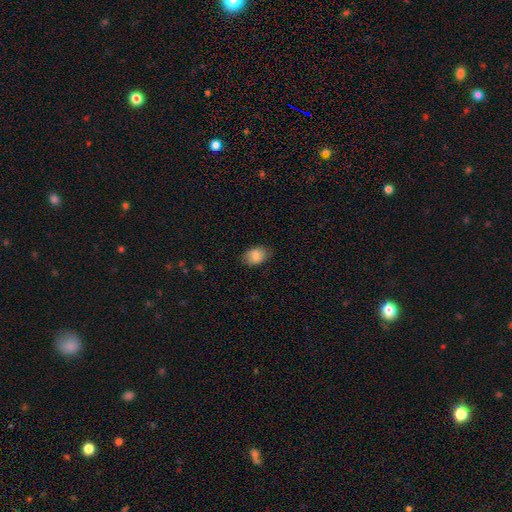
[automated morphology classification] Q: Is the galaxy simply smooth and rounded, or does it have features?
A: smooth — 79%.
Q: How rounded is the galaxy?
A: in between — 78%.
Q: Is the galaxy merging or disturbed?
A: none — 79%.